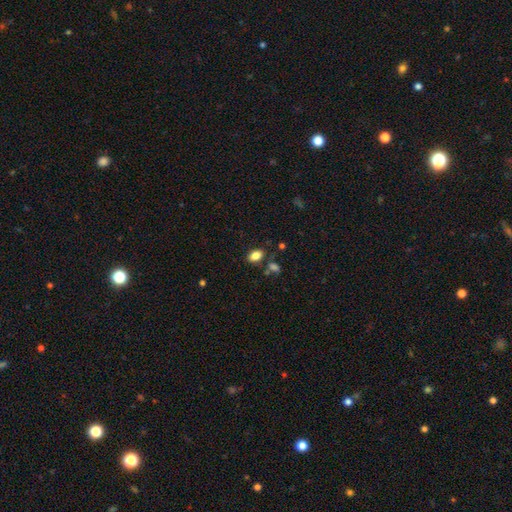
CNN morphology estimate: This is clearly a smooth galaxy (84%). How rounded: clearly in between (87%). Merging: likely none (78%).